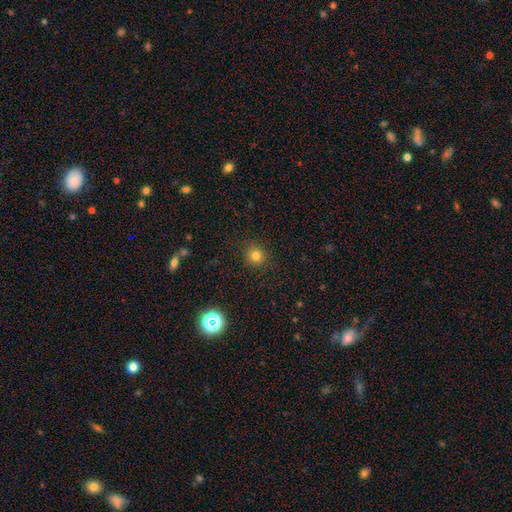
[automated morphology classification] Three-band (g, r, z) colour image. It shows a smooth galaxy with no disk features (78%) that is round (91%). Merging: none (89%).